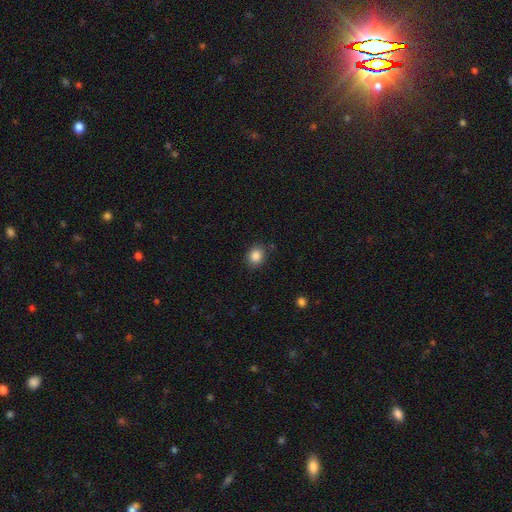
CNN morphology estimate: A smooth galaxy with no disk features (86%) that is round (61%). Merging: none (84%).